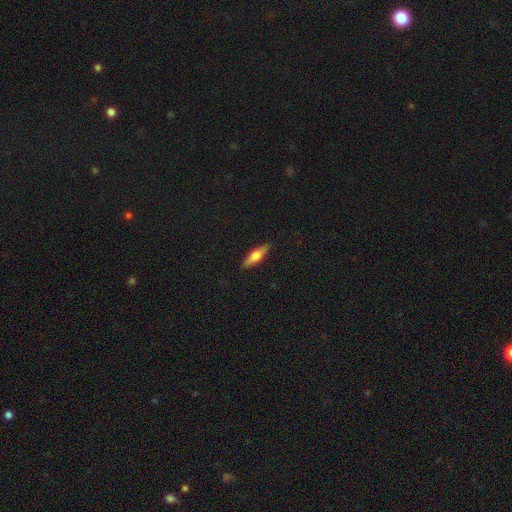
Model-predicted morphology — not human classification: smooth-or-featured: smooth: 56% | featured or disk: 38% | star or artifact: 6%
  how-rounded: cigar-shaped: 65% | in between: 32% | round: 2%
  merging: none: 88% | minor disturbance: 9% | major disturbance: 2% | merger: 1%